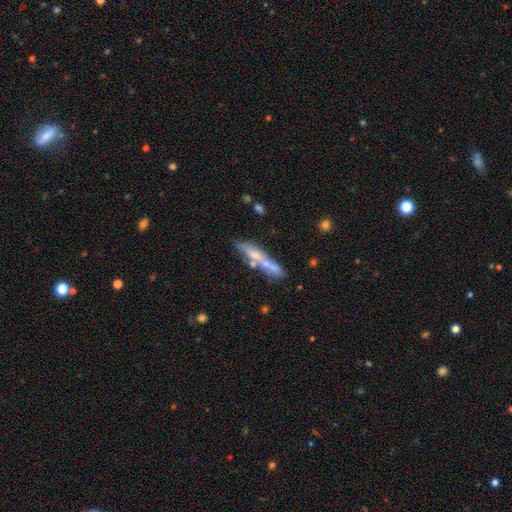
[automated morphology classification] type=featured or disk (51%); edge-on=yes (72%); merging=none (56%).